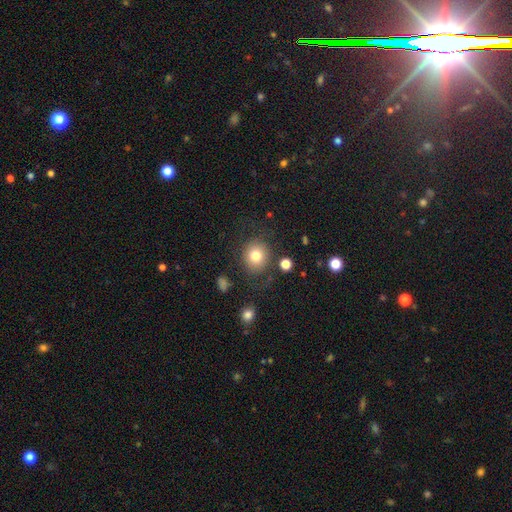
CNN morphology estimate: Smooth or featured? smooth (78%)
How rounded? round (79%)
Merging? none (75%)